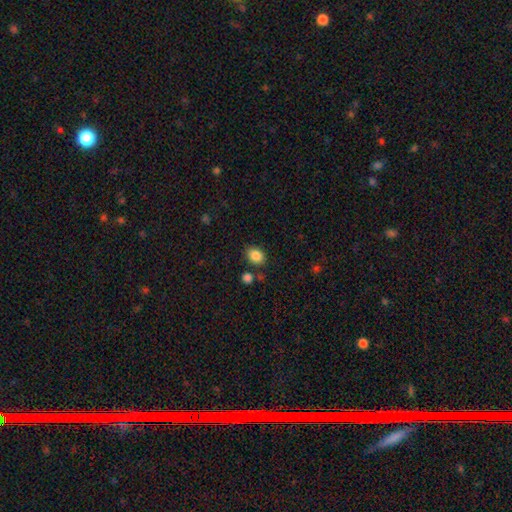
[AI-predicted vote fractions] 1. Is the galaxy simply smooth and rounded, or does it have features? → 87% smooth, 9% star or artifact, 4% featured or disk.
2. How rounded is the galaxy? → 58% in between, 42% round, 1% cigar-shaped.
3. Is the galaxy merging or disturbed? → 79% none, 11% minor disturbance, 6% merger, 3% major disturbance.